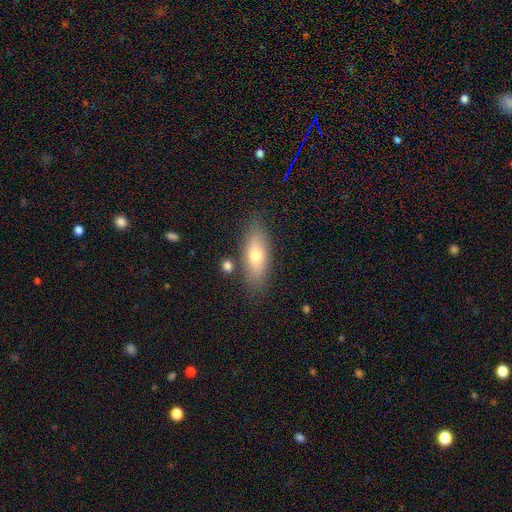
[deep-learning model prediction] The model was most divided on "smooth or featured": smooth: 67%, featured or disk: 26%, star or artifact: 7%. More confident: merging — none (80%); how rounded — in between (69%).